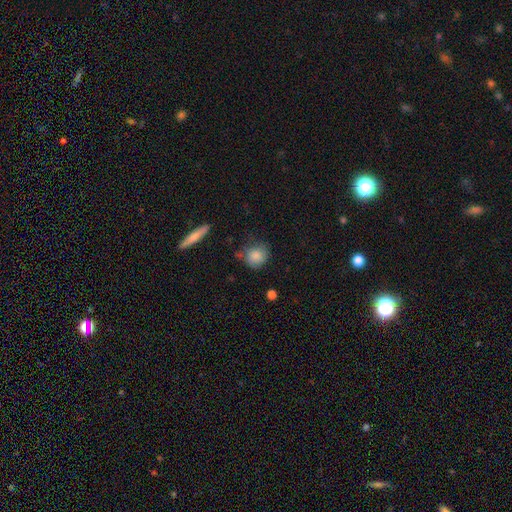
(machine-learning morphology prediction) A smooth galaxy with no disk features (83%) that is round (79%). Merging: none (62%).